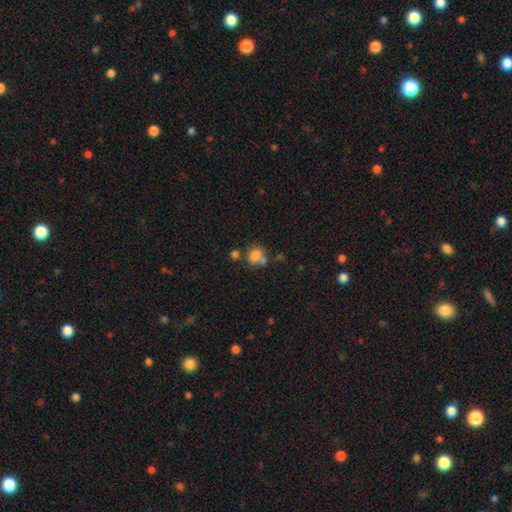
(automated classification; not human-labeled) Morphology: type=smooth (79%); roundness=round (76%); merging=none (50%).